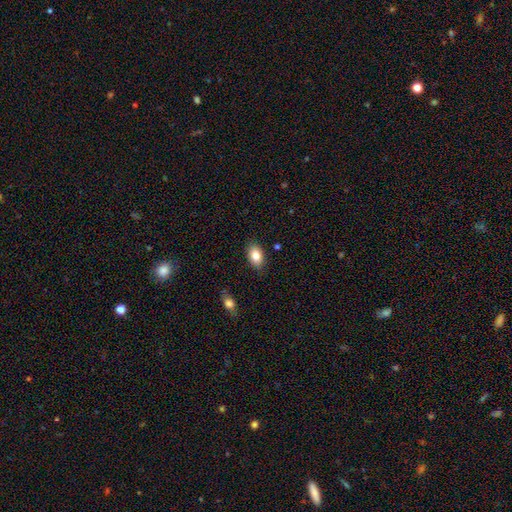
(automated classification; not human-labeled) Overall: smooth (84%). How rounded: in between (88%). Merging: none (86%).